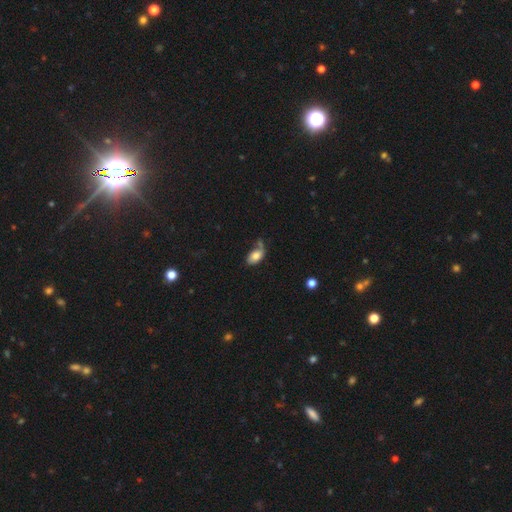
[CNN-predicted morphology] Q: Smooth or featured?
A: smooth (74%); runner-up: featured or disk (18%)
Q: How rounded?
A: in between (92%); runner-up: round (6%)
Q: Merging?
A: none (42%); runner-up: minor disturbance (26%)